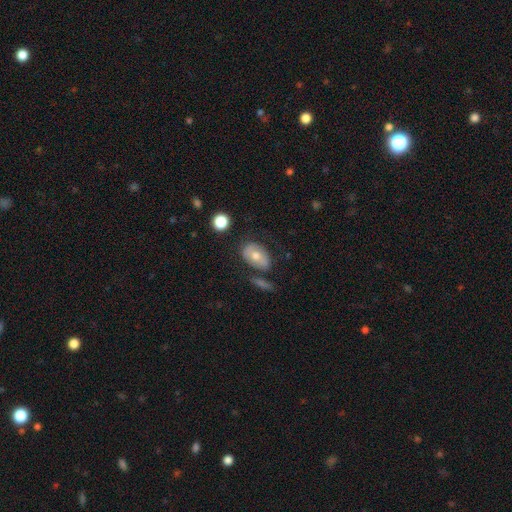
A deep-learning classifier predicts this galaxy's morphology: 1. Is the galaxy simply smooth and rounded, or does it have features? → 56% smooth, 35% featured or disk, 9% star or artifact.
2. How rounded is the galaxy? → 82% in between, 16% round, 2% cigar-shaped.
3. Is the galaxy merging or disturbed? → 64% none, 19% minor disturbance, 9% merger, 8% major disturbance.